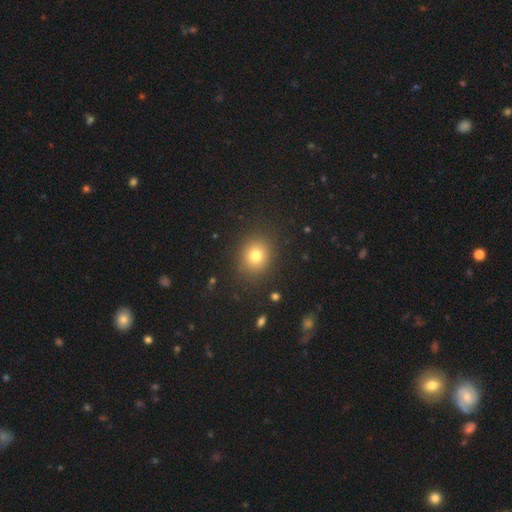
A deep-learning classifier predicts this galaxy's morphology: Overall: smooth (77%). How rounded: round (73%). Merging: none (87%).